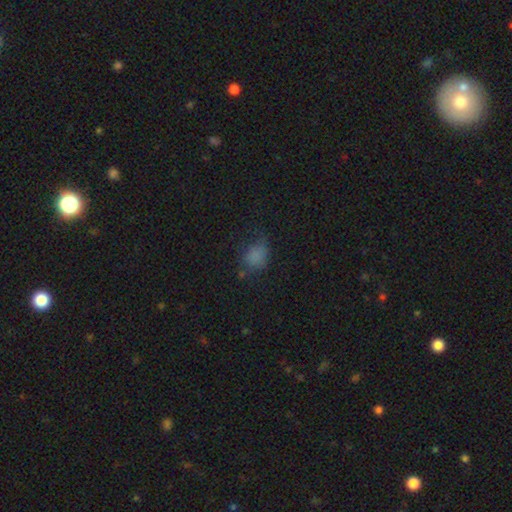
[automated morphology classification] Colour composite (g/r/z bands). It shows a smooth galaxy with no disk features (75%) that is in between round and cigar-shaped (63%). Merging: none (49%).